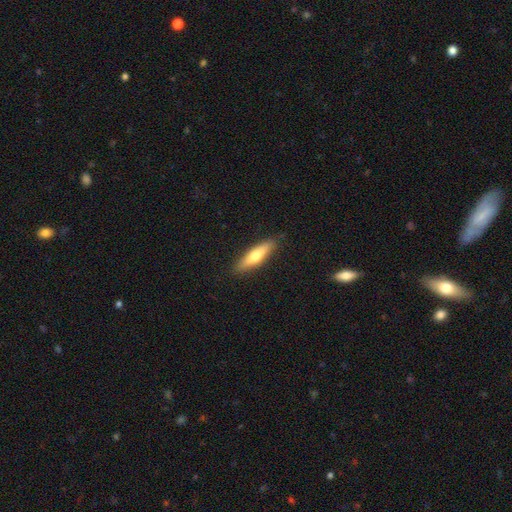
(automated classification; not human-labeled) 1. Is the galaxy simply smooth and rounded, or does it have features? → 61% smooth, 33% featured or disk, 5% star or artifact.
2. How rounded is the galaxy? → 71% cigar-shaped, 28% in between, 2% round.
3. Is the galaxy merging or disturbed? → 88% none, 9% minor disturbance, 2% major disturbance, 1% merger.